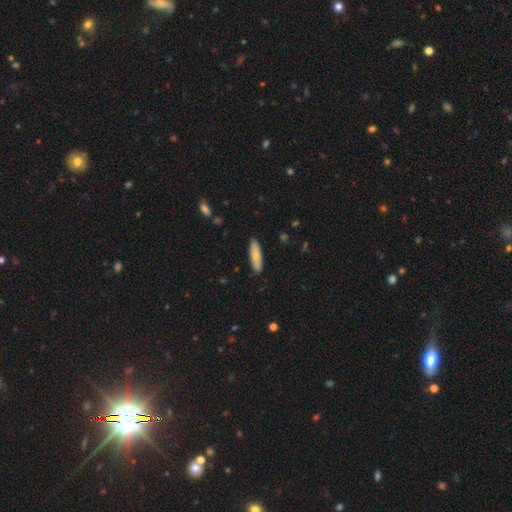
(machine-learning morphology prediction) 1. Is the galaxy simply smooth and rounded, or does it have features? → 75% smooth, 20% featured or disk, 6% star or artifact.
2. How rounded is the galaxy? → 65% cigar-shaped, 34% in between, 2% round.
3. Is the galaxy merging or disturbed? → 89% none, 8% minor disturbance, 2% major disturbance, 1% merger.